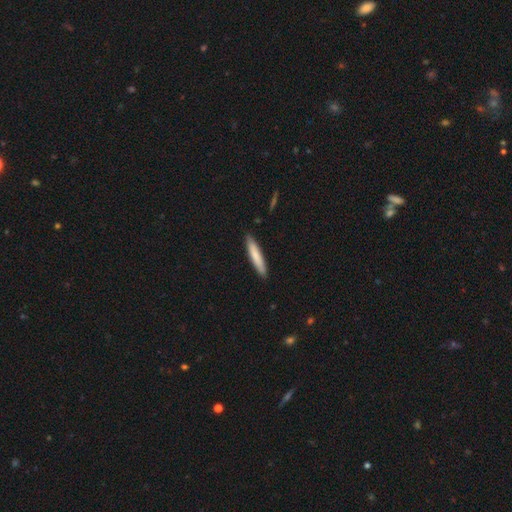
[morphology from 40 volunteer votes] smooth 68%, featured or disk 32%, star or artifact 0%. Down the decision tree: how rounded — cigar-shaped (89%); merging — none (92%).